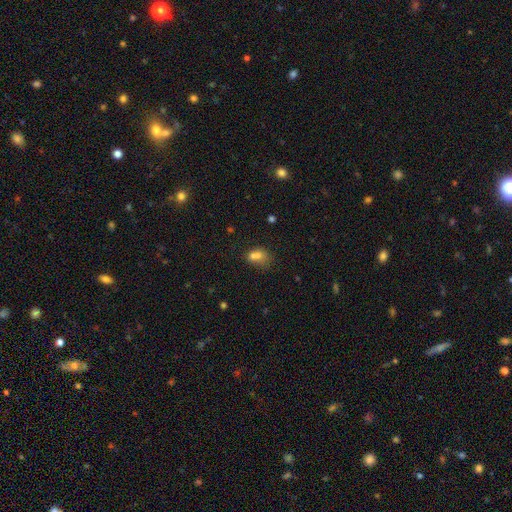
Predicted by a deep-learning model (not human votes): smooth 70%, featured or disk 16%, star or artifact 14%. Down the decision tree: how rounded — in between (61%); merging — merger (51%).